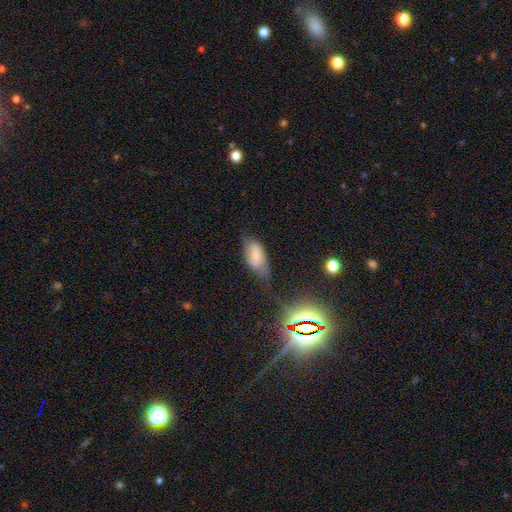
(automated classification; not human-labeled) A smooth galaxy with no disk features (63%) that is in between round and cigar-shaped (91%).

Vote fractions:
- Smooth or featured? smooth: 63% / featured or disk: 27% / star or artifact: 11%
- How rounded? in between: 91% / cigar-shaped: 5% / round: 4%
- Merging? none: 49% / minor disturbance: 34% / major disturbance: 13% / merger: 4%